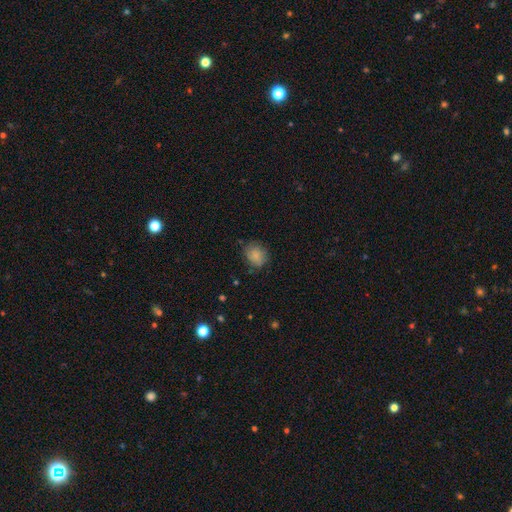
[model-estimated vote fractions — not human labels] Q: Smooth or featured?
A: smooth (84%); runner-up: star or artifact (9%)
Q: How rounded?
A: round (60%); runner-up: in between (39%)
Q: Merging?
A: none (72%); runner-up: minor disturbance (21%)